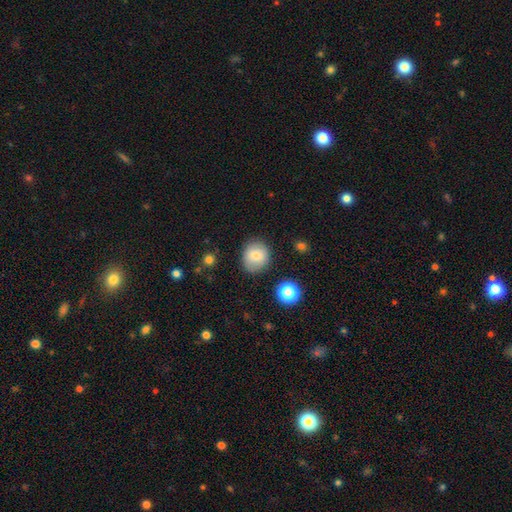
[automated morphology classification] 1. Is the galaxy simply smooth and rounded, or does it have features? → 78% smooth, 13% featured or disk, 9% star or artifact.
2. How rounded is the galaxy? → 78% round, 21% in between, 1% cigar-shaped.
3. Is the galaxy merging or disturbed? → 81% none, 13% minor disturbance, 4% major disturbance, 2% merger.